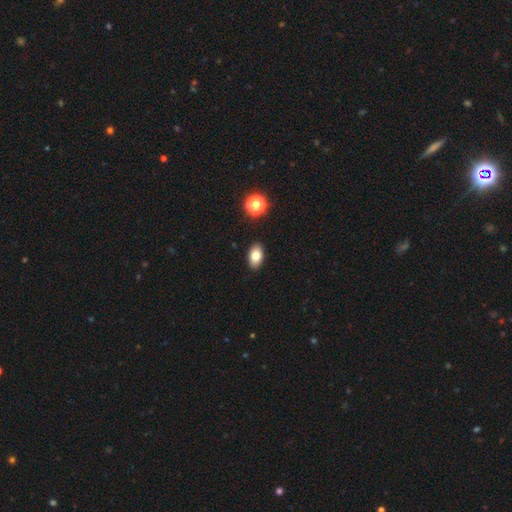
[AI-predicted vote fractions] smooth_or_featured: smooth (p=0.80) [alt: featured or disk p=0.10]
how_rounded: in between (p=0.90) [alt: round p=0.08]
merging: none (p=0.89) [alt: minor disturbance p=0.08]